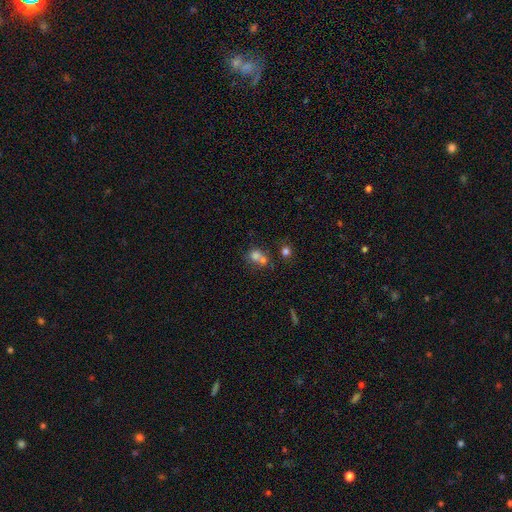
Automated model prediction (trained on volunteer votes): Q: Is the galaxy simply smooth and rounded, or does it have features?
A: smooth — 72%.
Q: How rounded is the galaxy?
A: round — 61%.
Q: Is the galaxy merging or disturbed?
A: merger — 55%.